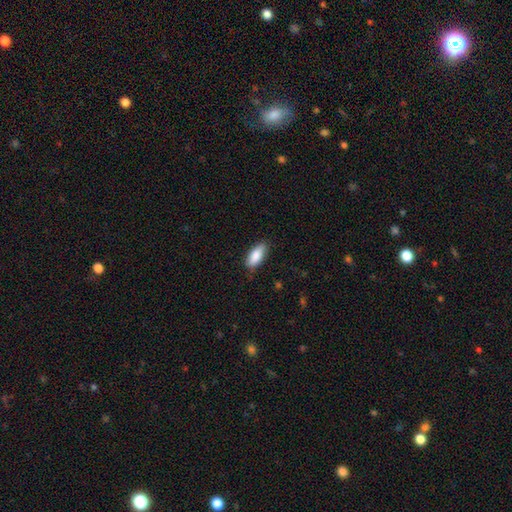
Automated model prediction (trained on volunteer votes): This is clearly a smooth galaxy (87%). How rounded: clearly in between (84%). Merging: clearly none (81%).